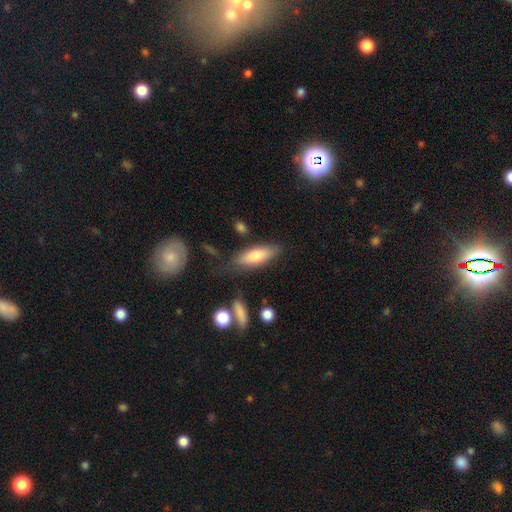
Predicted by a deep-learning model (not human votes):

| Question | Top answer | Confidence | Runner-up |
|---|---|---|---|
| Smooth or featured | smooth | 72% | featured or disk (22%) |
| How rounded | in between | 59% | cigar-shaped (39%) |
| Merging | none | 71% | minor disturbance (18%) |